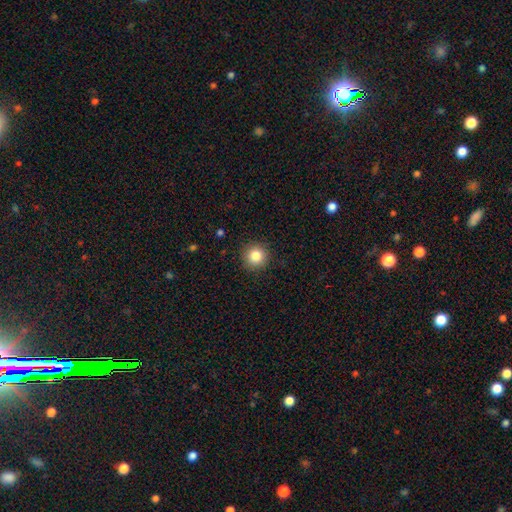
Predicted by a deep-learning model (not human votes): Smooth or featured?
  - smooth: 84% *
  - star or artifact: 10%
  - featured or disk: 6%
How rounded?
  - round: 95% *
  - in between: 4%
  - cigar-shaped: 1%
Merging?
  - none: 91% *
  - minor disturbance: 6%
  - major disturbance: 2%
  - merger: 1%